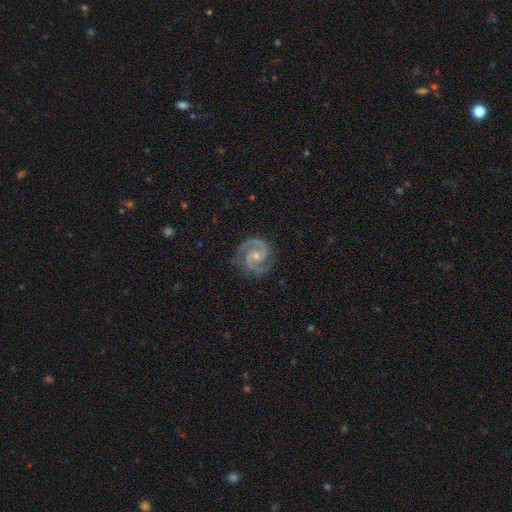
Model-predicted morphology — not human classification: A featured or disk galaxy (93%) with no bar (57%), 2 (93%) medium (52%) spiral arms (99%) and a small central bulge (58%).

Vote fractions:
- Smooth or featured? featured or disk: 93% / star or artifact: 4% / smooth: 3%
- Edge-on disk? no: 98% / yes: 2%
- Bar? no: 57% / weak: 33% / strong: 10%
- Spiral arms? yes: 99% / no: 1%
- Spiral winding? medium: 52% / tight: 42% / loose: 5%
- Spiral arm count? 2: 93% / 3: 2% / can't tell: 1% / 1: 1% / 4: 1% / more than 4: 1%
- Bulge size? small: 58% / moderate: 38% / none: 2% / large: 1% / dominant: 1%
- Merging? none: 85% / minor disturbance: 11% / major disturbance: 3% / merger: 1%